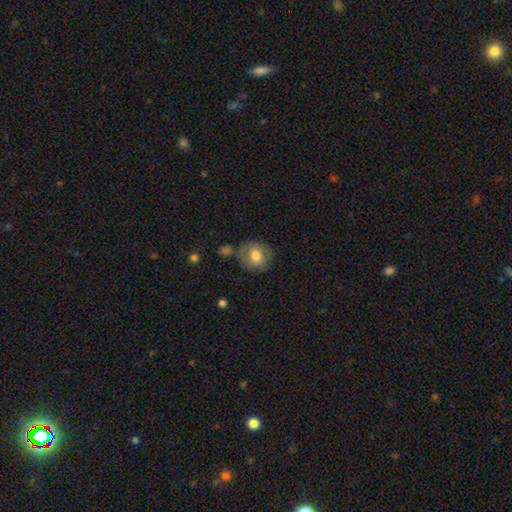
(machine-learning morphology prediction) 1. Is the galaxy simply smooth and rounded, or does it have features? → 73% smooth, 20% featured or disk, 8% star or artifact.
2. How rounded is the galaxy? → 82% round, 17% in between, 1% cigar-shaped.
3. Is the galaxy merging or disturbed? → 73% none, 15% minor disturbance, 7% merger, 5% major disturbance.